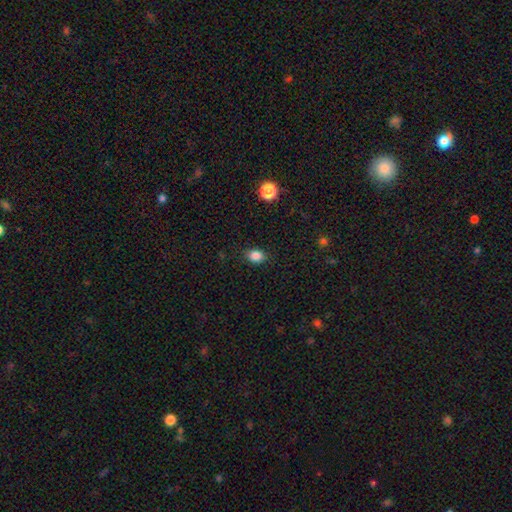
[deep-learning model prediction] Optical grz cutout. It shows a smooth galaxy with no disk features (86%) that is in between round and cigar-shaped (59%). Merging: none (86%).